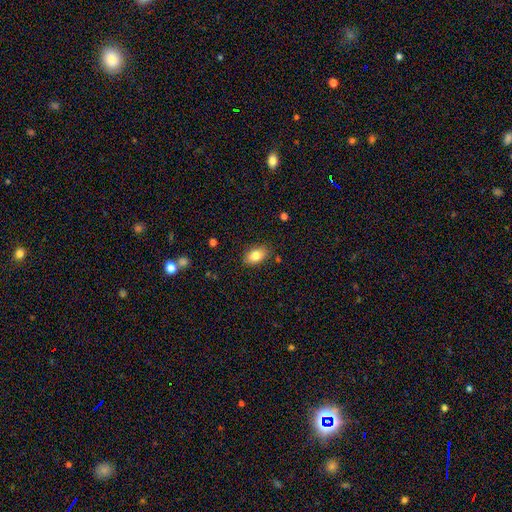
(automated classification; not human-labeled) Q: Smooth or featured?
A: smooth (82%); runner-up: featured or disk (10%)
Q: How rounded?
A: in between (89%); runner-up: round (8%)
Q: Merging?
A: none (85%); runner-up: minor disturbance (11%)